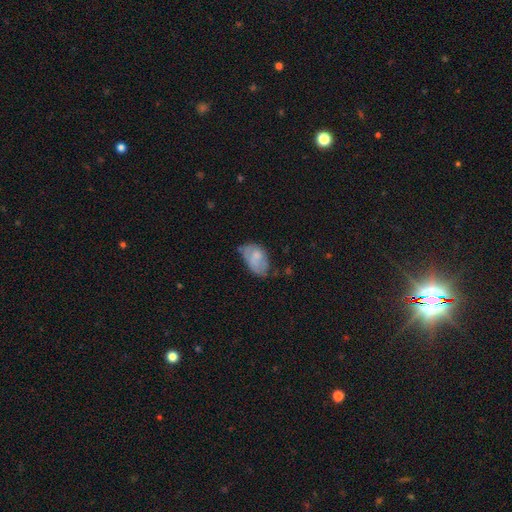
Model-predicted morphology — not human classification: smooth-or-featured: smooth: 67% | featured or disk: 25% | star or artifact: 8%
  how-rounded: in between: 91% | round: 7% | cigar-shaped: 2%
  merging: minor disturbance: 41% | none: 40% | major disturbance: 15% | merger: 4%